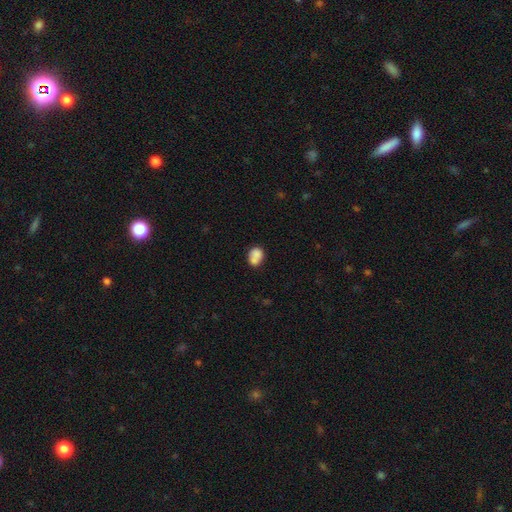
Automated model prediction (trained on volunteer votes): Smooth or featured?
  - smooth: 76% *
  - featured or disk: 15%
  - star or artifact: 9%
How rounded?
  - in between: 50% *
  - round: 49%
  - cigar-shaped: 1%
Merging?
  - merger: 46% *
  - none: 35%
  - minor disturbance: 13%
  - major disturbance: 5%